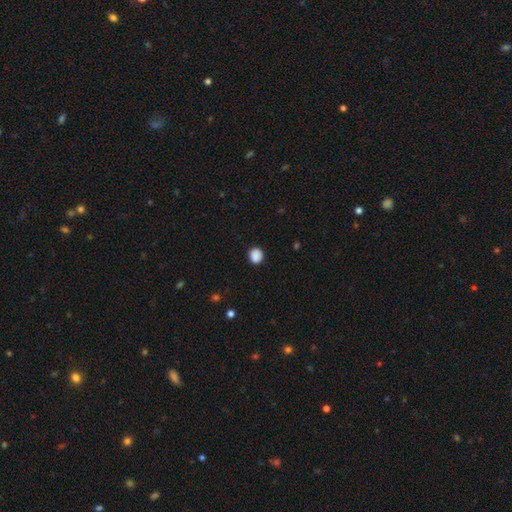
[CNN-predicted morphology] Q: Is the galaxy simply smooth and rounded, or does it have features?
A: smooth — 89%.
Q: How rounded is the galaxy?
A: round — 76%.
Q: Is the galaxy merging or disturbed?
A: none — 89%.